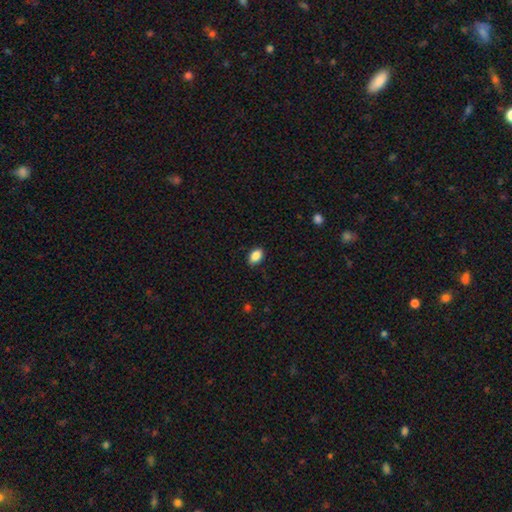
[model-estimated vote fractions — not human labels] Smooth or featured? Predicted: smooth (p=0.88). How rounded? Predicted: in between (p=0.87). Merging? Predicted: none (p=0.83).